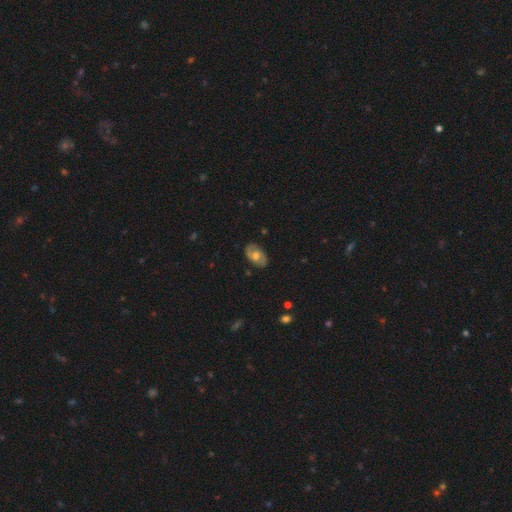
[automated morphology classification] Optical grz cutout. It shows a smooth galaxy with no disk features (48%). Merging: none (82%).